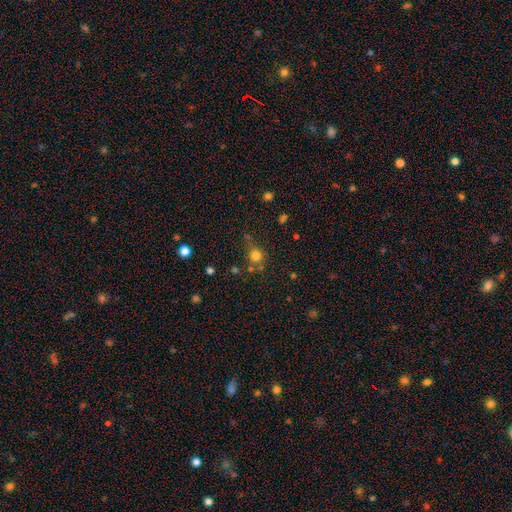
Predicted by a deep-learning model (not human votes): Q: Smooth or featured?
A: smooth (76%); runner-up: star or artifact (16%)
Q: How rounded?
A: round (89%); runner-up: in between (10%)
Q: Merging?
A: none (68%); runner-up: minor disturbance (15%)